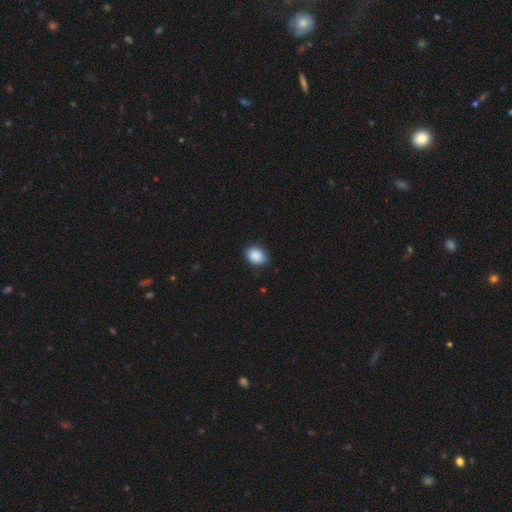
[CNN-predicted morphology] smooth 89%, star or artifact 8%, featured or disk 3%. Down the decision tree: how rounded — in between (61%); merging — none (78%).